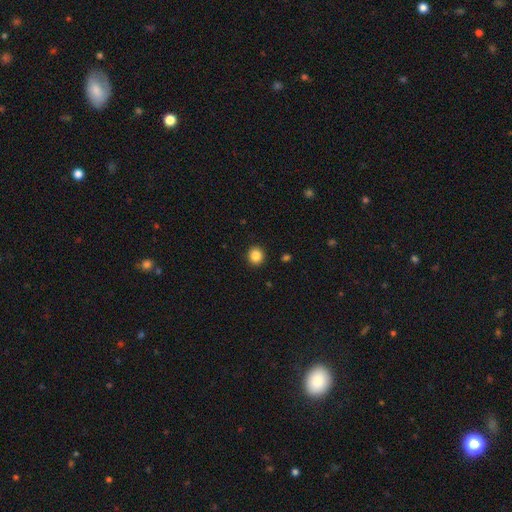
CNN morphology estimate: Smooth or featured: smooth — 87% (star or artifact — 10%)
How rounded: round — 86% (in between — 13%)
Merging: none — 92% (minor disturbance — 5%)